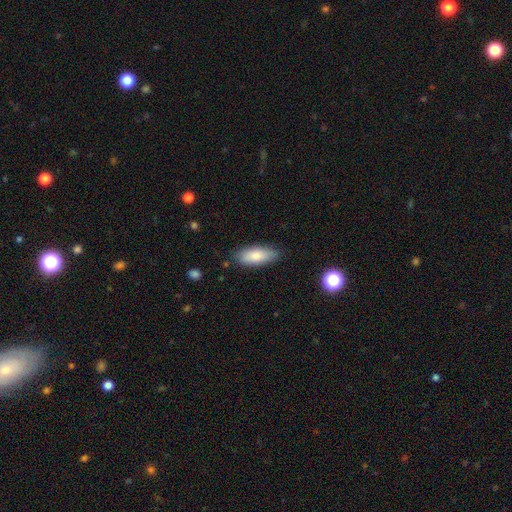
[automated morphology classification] smooth_or_featured: smooth (p=0.82) [alt: featured or disk p=0.11]
how_rounded: in between (p=0.72) [alt: cigar-shaped p=0.26]
merging: none (p=0.83) [alt: minor disturbance p=0.13]